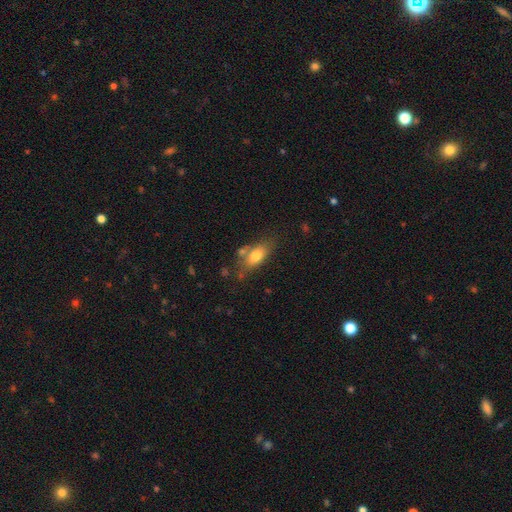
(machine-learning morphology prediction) Smooth or featured? Predicted: smooth (p=0.74). How rounded? Predicted: in between (p=0.82). Merging? Predicted: none (p=0.60).